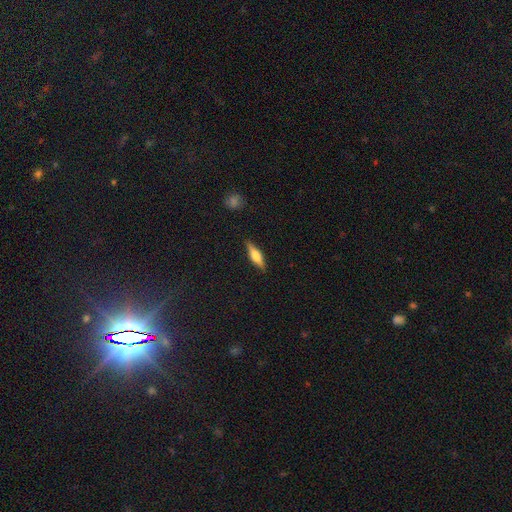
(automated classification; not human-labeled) A smooth galaxy with no disk features (47%).

Vote fractions:
- Smooth or featured? smooth: 47% / featured or disk: 46% / star or artifact: 7%
- Merging? none: 87% / minor disturbance: 10% / major disturbance: 2% / merger: 1%